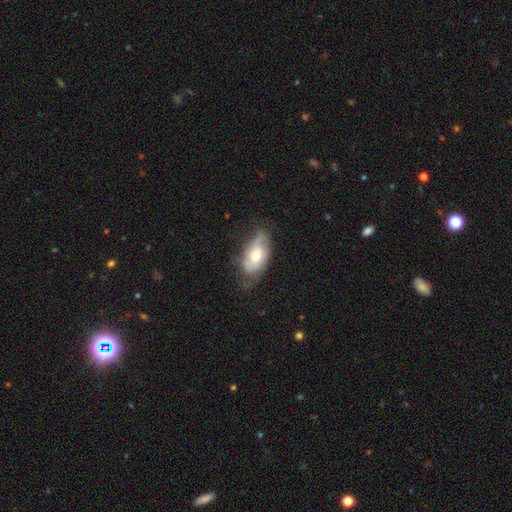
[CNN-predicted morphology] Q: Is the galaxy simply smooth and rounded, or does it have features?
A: featured or disk — 47%.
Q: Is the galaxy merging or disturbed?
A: none — 53%.